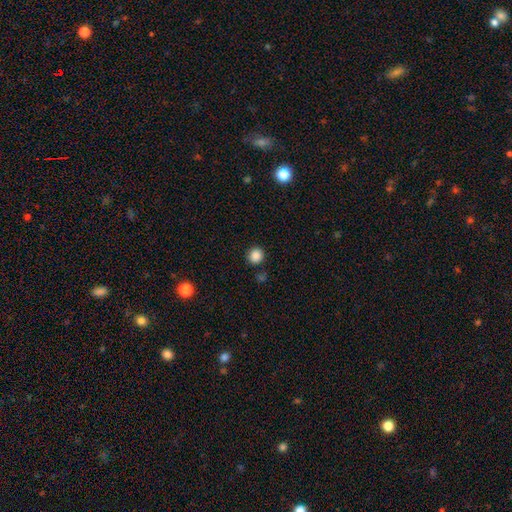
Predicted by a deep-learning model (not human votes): Morphology: type=smooth (87%); roundness=round (92%); merging=none (88%).